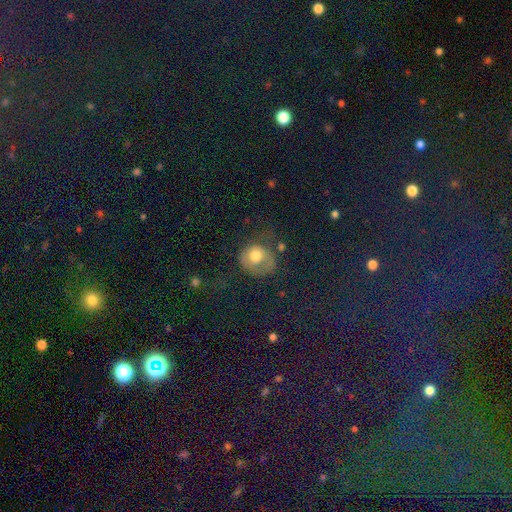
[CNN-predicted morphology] This appears to be a smooth galaxy with no disk features (68%) that is round (69%). Merging: none (38%).